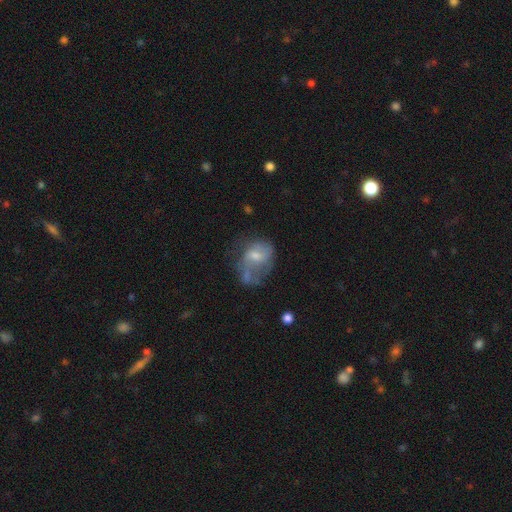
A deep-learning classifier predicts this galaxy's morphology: Q: Smooth or featured?
A: featured or disk (58%); runner-up: smooth (33%)
Q: Edge-on disk?
A: no (97%); runner-up: yes (3%)
Q: Bar?
A: no (53%); runner-up: weak (40%)
Q: Spiral arms?
A: yes (62%); runner-up: no (38%)
Q: Bulge size?
A: moderate (43%); runner-up: small (41%)
Q: Merging?
A: major disturbance (35%); runner-up: none (31%)